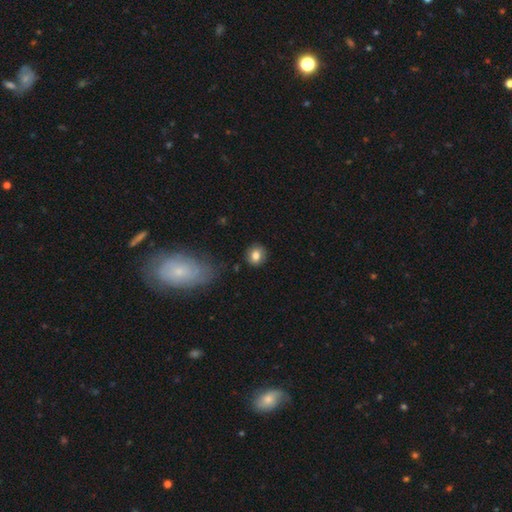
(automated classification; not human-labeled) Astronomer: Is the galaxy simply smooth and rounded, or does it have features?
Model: smooth — 81%.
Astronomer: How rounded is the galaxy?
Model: round — 82%.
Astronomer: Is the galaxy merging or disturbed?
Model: none — 86%.